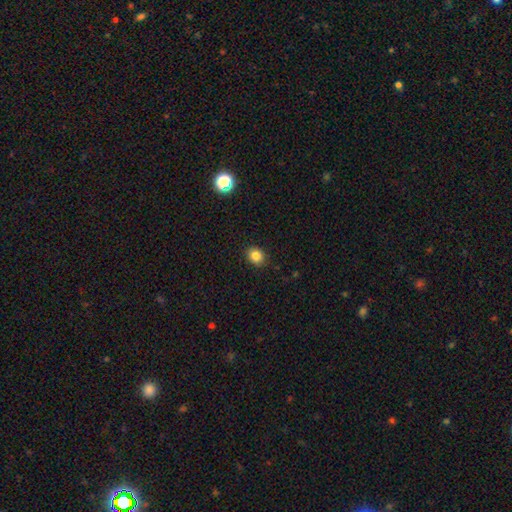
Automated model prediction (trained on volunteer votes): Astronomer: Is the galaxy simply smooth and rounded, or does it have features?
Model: smooth — 83%.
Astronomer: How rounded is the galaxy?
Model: round — 62%.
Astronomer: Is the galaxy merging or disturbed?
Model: none — 89%.